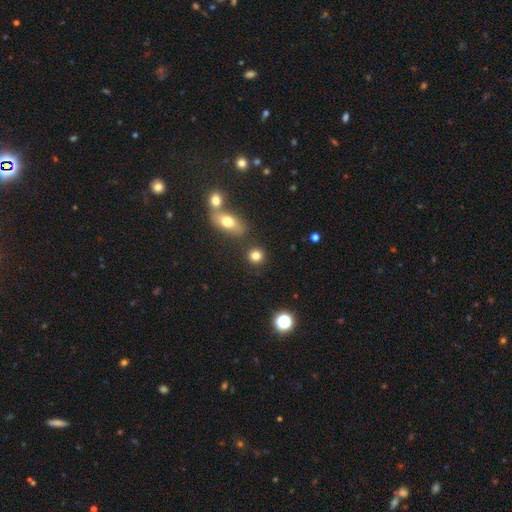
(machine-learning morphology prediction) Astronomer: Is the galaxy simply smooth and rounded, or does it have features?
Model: smooth — 81%.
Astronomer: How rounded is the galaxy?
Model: round — 85%.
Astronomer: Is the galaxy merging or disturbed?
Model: none — 82%.